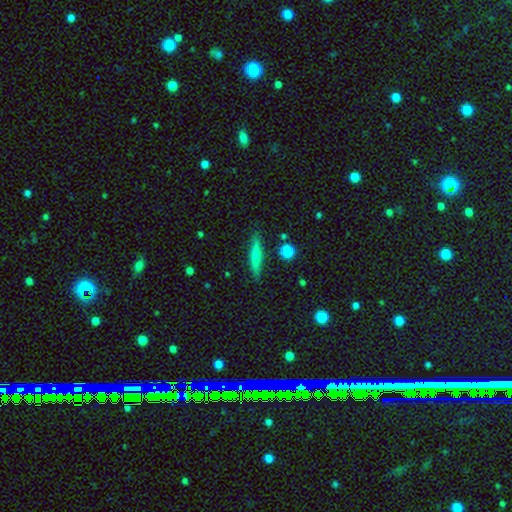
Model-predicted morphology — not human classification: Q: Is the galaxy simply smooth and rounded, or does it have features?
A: smooth — 67%.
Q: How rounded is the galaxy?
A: cigar-shaped — 91%.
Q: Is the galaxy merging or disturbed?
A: none — 86%.